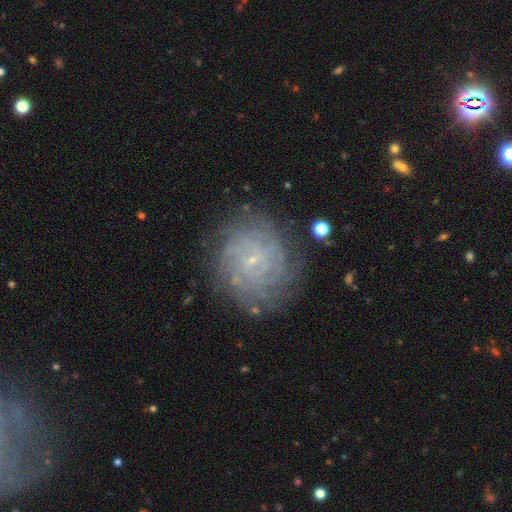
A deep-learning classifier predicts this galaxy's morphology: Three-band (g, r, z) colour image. It shows a featured or disk galaxy (73%) with no bar (66%), tight (75%) spiral arms (94%) and a small central bulge (86%). Merging: none (82%).